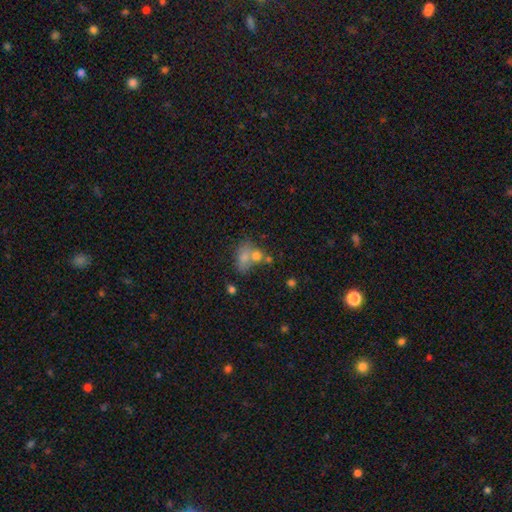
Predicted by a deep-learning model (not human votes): This is likely a smooth galaxy (68%). How rounded: likely in between (66%). Merging: possibly merger (51%).